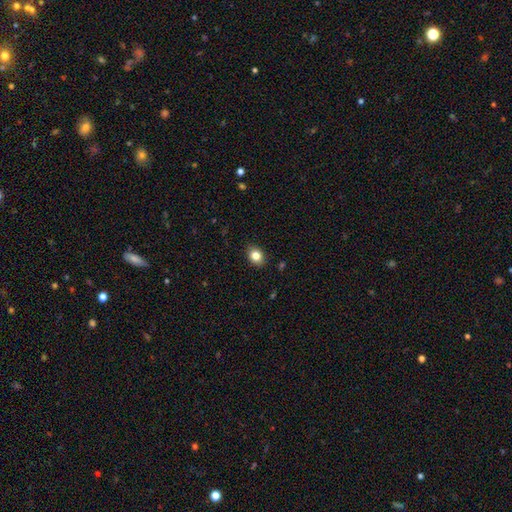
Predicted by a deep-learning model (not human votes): smooth-or-featured: smooth: 83% | star or artifact: 10% | featured or disk: 8%
  how-rounded: in between: 59% | round: 40% | cigar-shaped: 1%
  merging: none: 89% | minor disturbance: 8% | major disturbance: 2% | merger: 1%